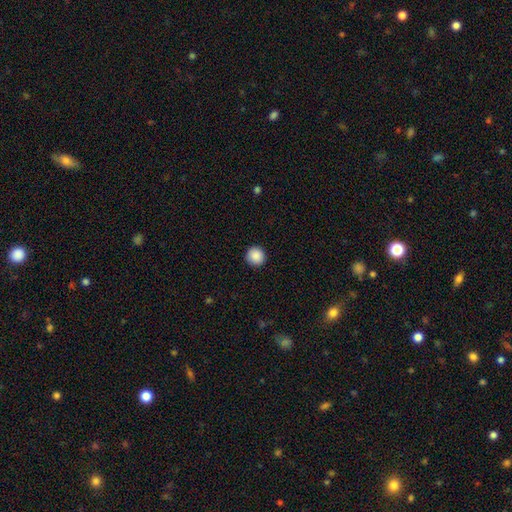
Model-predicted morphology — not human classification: A smooth galaxy with no disk features (89%) that is round (94%). Merging: none (92%).